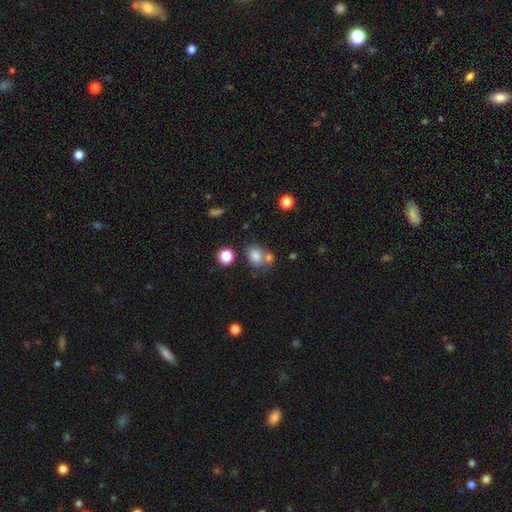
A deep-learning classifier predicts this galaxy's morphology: The model was most divided on "how rounded": in between: 55%, round: 44%, cigar-shaped: 1%. Remaining: smooth or featured — smooth (77%); merging — none (44%).